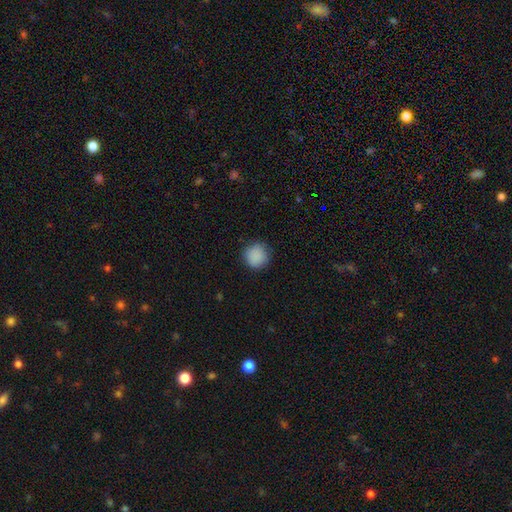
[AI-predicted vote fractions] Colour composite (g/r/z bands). It shows a smooth galaxy with no disk features (88%) that is round (92%). Merging: none (85%).